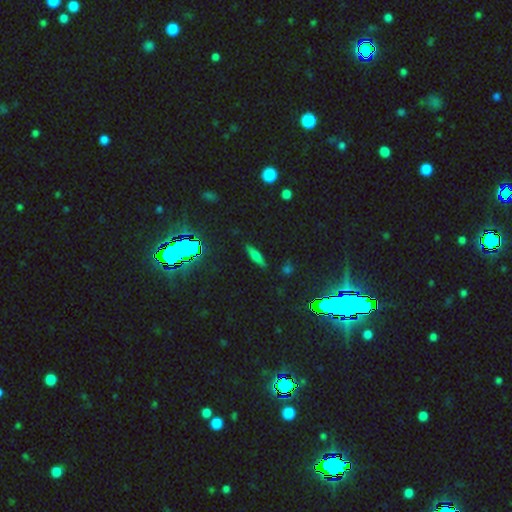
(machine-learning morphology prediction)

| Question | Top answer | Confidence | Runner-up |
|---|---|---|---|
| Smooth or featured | smooth | 51% | featured or disk (28%) |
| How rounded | cigar-shaped | 64% | in between (31%) |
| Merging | none | 86% | minor disturbance (10%) |